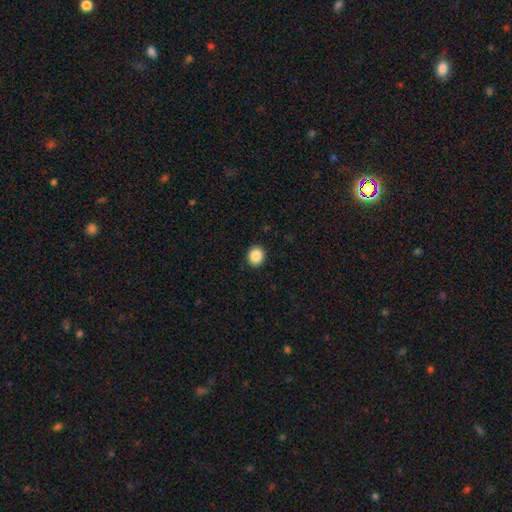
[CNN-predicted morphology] The model was most divided on "how rounded": round: 82%, in between: 17%, cigar-shaped: 1%. More confident: merging — none (92%); smooth or featured — smooth (88%).